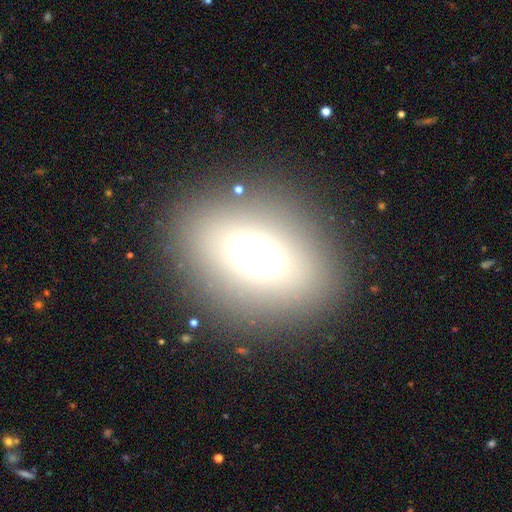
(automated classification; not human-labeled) Overall: smooth (65%). How rounded: in between (71%). Merging: none (84%).